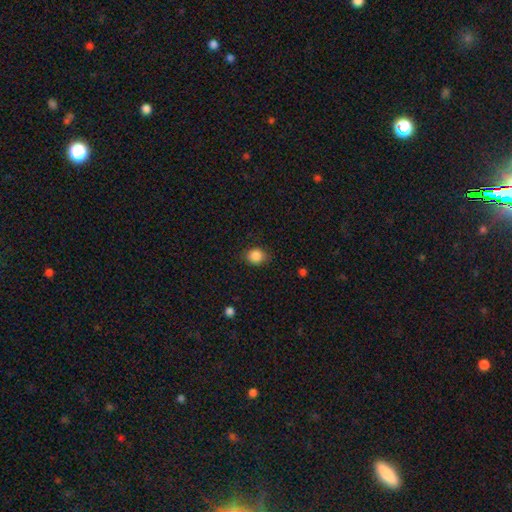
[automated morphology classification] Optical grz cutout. It shows a smooth galaxy with no disk features (86%) that is round (67%). Merging: none (81%).